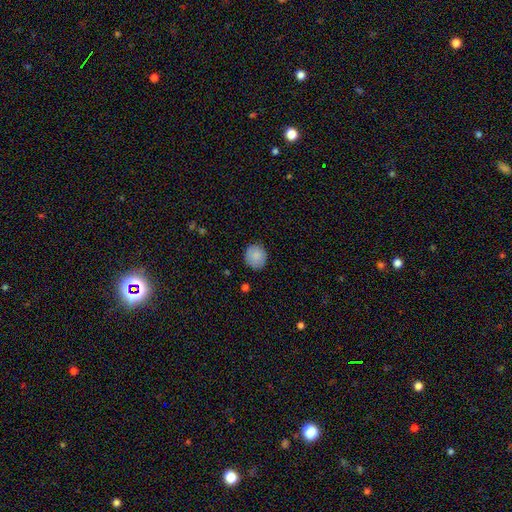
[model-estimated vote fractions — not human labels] Smooth or featured? Predicted: smooth (p=0.86). How rounded? Predicted: round (p=0.83). Merging? Predicted: none (p=0.87).